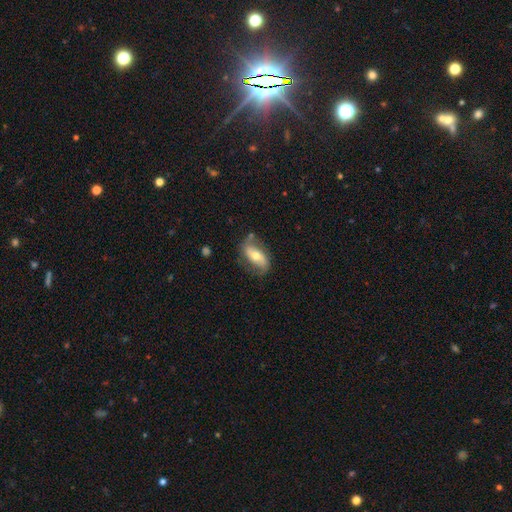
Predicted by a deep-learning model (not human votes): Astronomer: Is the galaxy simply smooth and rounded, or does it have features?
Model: featured or disk — 58% (runner-up: smooth, 35%).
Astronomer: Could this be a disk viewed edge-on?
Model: no — 90%.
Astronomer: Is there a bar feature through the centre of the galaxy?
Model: no — 45% (runner-up: strong, 29%).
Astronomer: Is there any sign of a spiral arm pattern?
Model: yes — 76%.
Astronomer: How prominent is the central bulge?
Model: moderate — 62%.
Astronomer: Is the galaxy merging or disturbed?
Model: none — 65%.